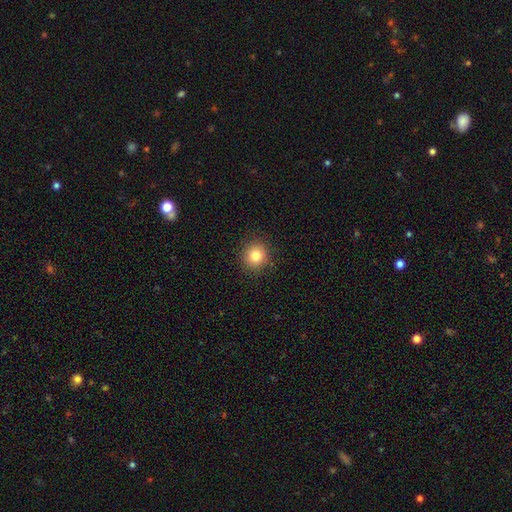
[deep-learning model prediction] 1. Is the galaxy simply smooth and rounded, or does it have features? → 81% smooth, 12% star or artifact, 7% featured or disk.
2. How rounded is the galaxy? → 91% round, 8% in between, 1% cigar-shaped.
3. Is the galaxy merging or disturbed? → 90% none, 7% minor disturbance, 2% major disturbance, 1% merger.